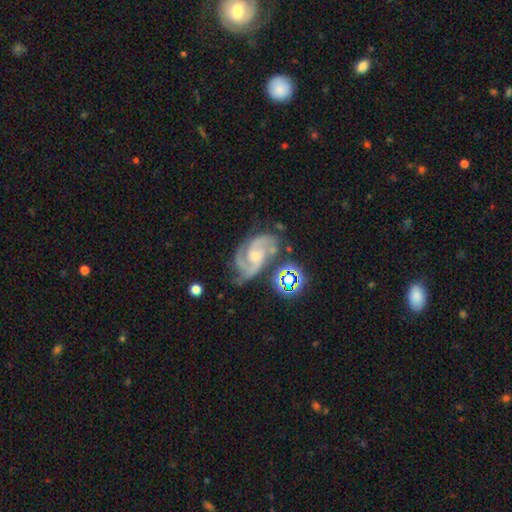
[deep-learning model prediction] smooth-or-featured: featured or disk: 86% | star or artifact: 8% | smooth: 6%
  disk-edge-on: no: 97% | yes: 3%
    bar: no: 57% | weak: 35% | strong: 9%
    has-spiral-arms: yes: 98% | no: 2%
      spiral-winding: medium: 54% | tight: 33% | loose: 13%
      spiral-arm-count: 2: 58% | 3: 24% | can't tell: 8% | 4: 3% | 1: 3% | more than 4: 3%
    bulge-size: small: 50% | moderate: 42% | none: 5% | large: 2% | dominant: 1%
  merging: none: 57% | minor disturbance: 24% | major disturbance: 12% | merger: 6%